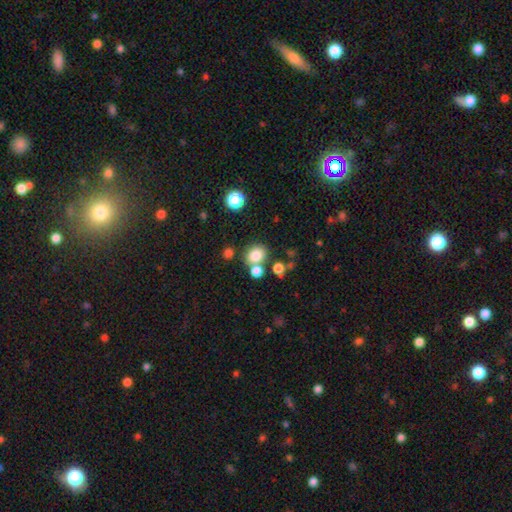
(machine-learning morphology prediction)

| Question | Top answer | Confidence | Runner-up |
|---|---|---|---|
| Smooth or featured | smooth | 80% | star or artifact (13%) |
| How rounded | round | 67% | in between (32%) |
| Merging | none | 63% | merger (22%) |